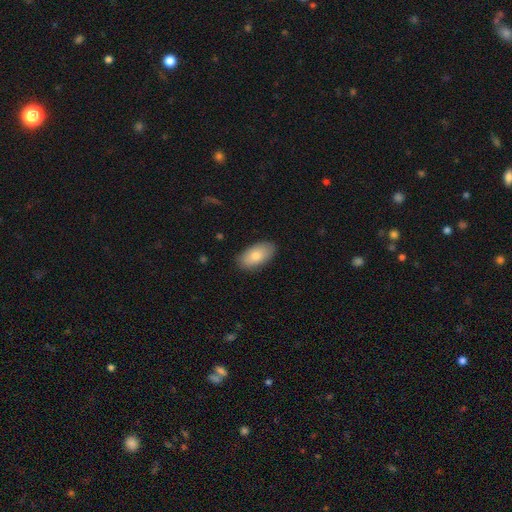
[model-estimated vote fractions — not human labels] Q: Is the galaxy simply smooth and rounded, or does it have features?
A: smooth — 81%.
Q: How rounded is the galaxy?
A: in between — 94%.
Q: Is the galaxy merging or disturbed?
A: none — 86%.